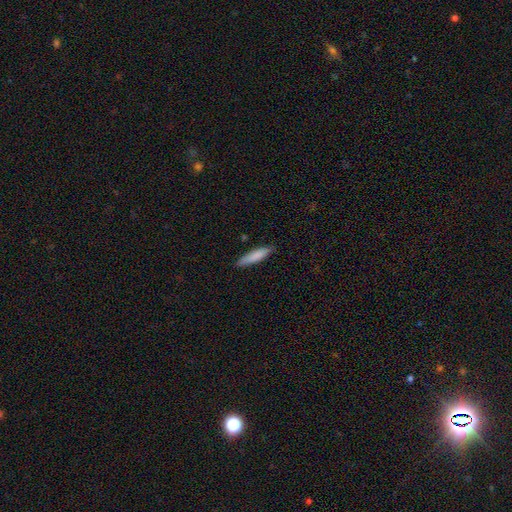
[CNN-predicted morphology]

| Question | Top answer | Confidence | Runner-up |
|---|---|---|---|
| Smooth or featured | smooth | 82% | featured or disk (12%) |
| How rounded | cigar-shaped | 81% | in between (18%) |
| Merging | none | 85% | minor disturbance (12%) |